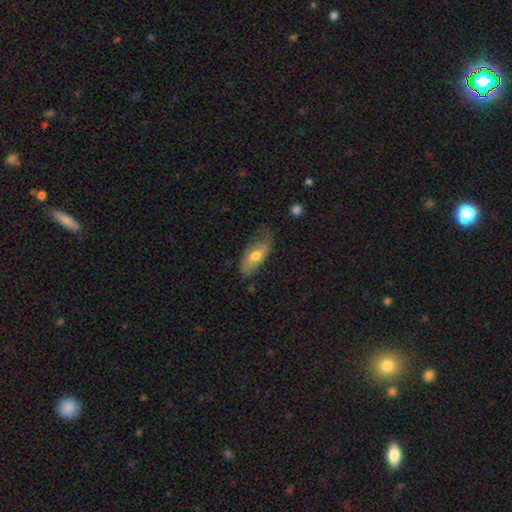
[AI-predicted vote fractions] Smooth or featured? smooth (58%)
How rounded? in between (79%)
Merging? none (59%)